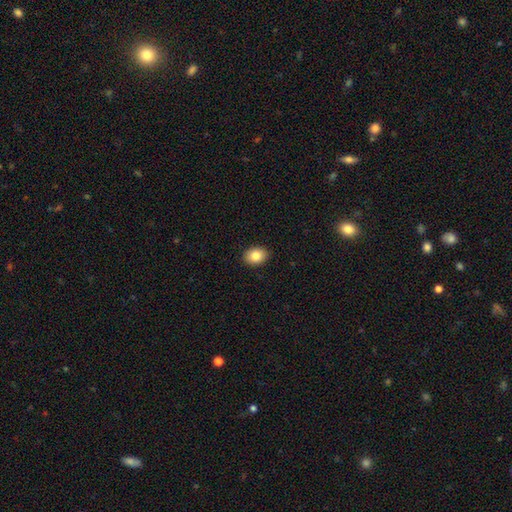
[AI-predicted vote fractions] A smooth galaxy with no disk features (84%) that is in between round and cigar-shaped (69%). Merging: none (91%).